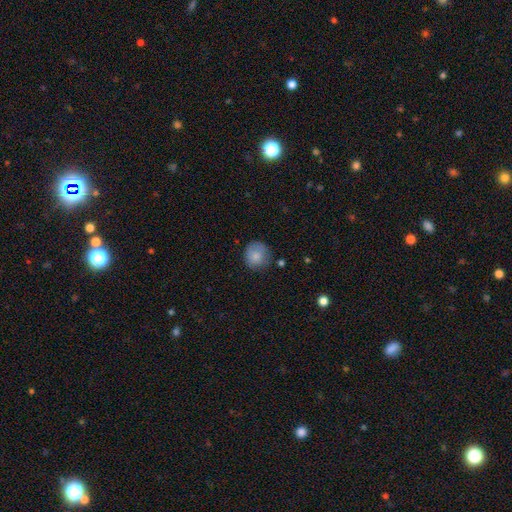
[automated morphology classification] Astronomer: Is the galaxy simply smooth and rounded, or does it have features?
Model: smooth — 82%.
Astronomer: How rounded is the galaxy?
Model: round — 84%.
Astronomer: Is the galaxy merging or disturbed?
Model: none — 70%.